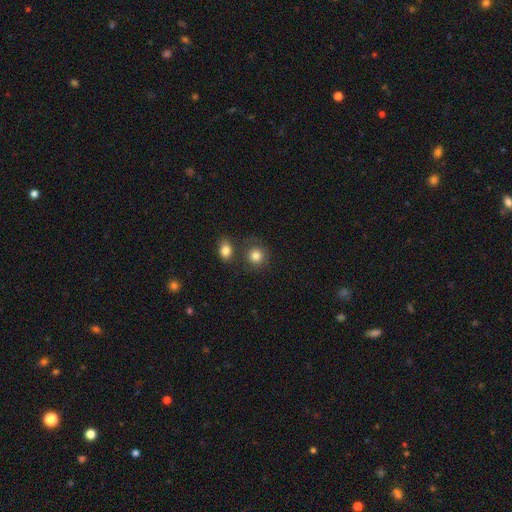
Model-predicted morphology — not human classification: The model was most divided on "merging": none: 68%, merger: 15%, minor disturbance: 12%, major disturbance: 5%. More confident: how rounded — round (84%); smooth or featured — smooth (83%).